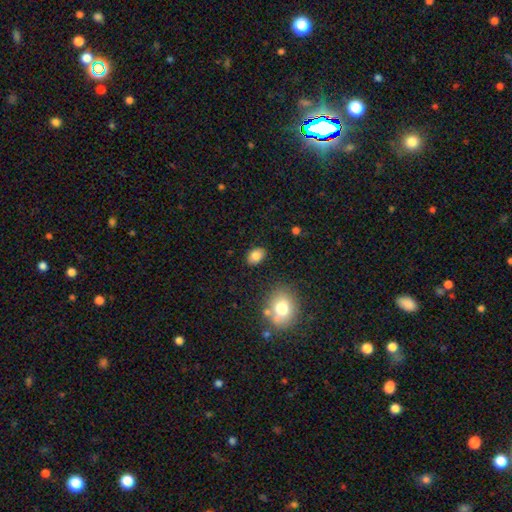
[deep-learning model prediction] smooth_or_featured: smooth (p=0.83) [alt: star or artifact p=0.09]
how_rounded: in between (p=0.79) [alt: round p=0.19]
merging: none (p=0.86) [alt: minor disturbance p=0.09]